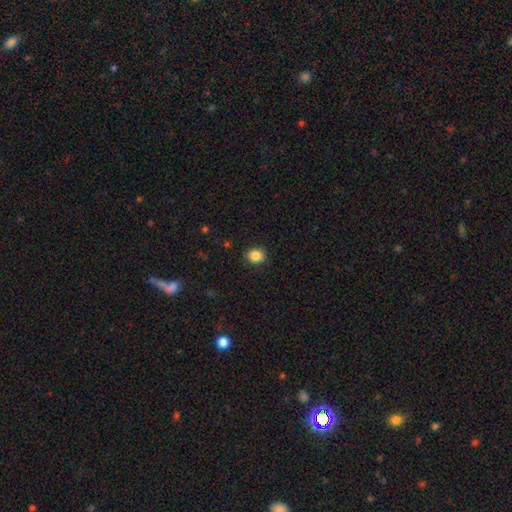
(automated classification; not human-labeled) This is clearly a smooth galaxy (87%). How rounded: likely round (73%). Merging: clearly none (90%).